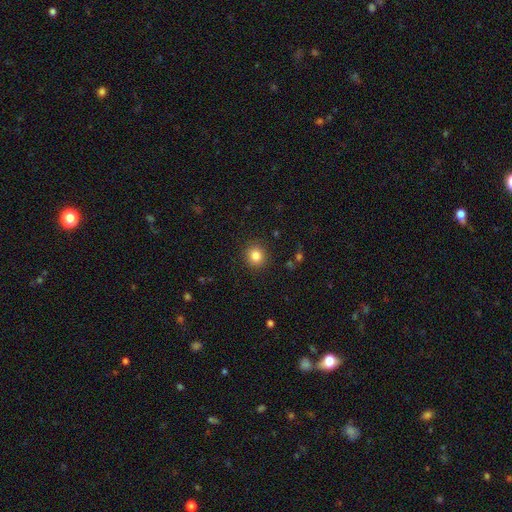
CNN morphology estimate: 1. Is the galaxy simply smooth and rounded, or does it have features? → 83% smooth, 11% star or artifact, 6% featured or disk.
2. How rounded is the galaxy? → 87% round, 12% in between, 1% cigar-shaped.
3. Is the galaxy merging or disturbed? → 90% none, 7% minor disturbance, 2% major disturbance, 1% merger.